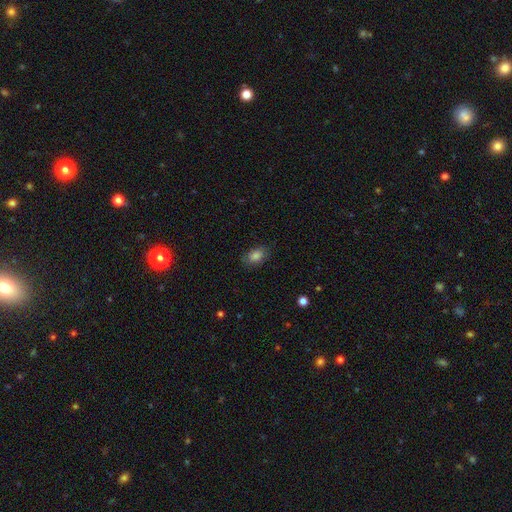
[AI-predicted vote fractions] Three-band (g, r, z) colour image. It shows a smooth galaxy with no disk features (83%) that is in between round and cigar-shaped (85%). Merging: none (79%).